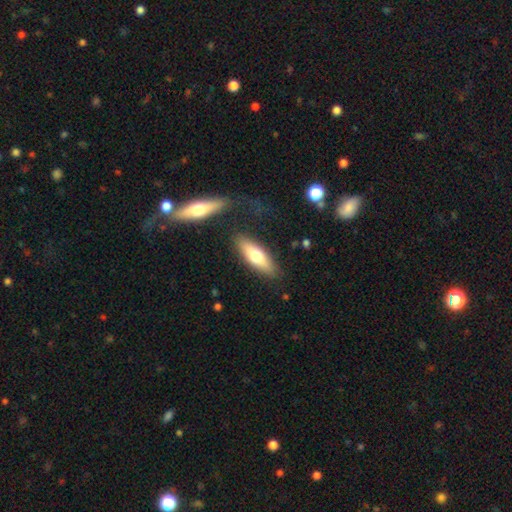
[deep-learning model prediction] smooth_or_featured: smooth (p=0.67) [alt: featured or disk p=0.28]
how_rounded: in between (p=0.51) [alt: cigar-shaped p=0.47]
merging: none (p=0.83) [alt: minor disturbance p=0.11]